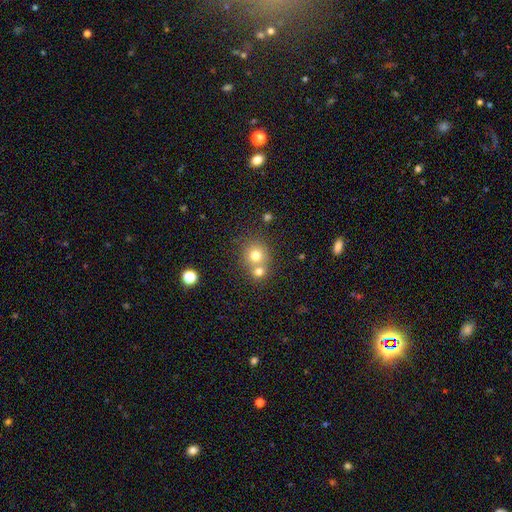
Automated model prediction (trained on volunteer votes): smooth-or-featured: smooth: 73% | star or artifact: 14% | featured or disk: 12%
  how-rounded: round: 87% | in between: 12% | cigar-shaped: 1%
  merging: none: 49% | merger: 42% | minor disturbance: 6% | major disturbance: 2%